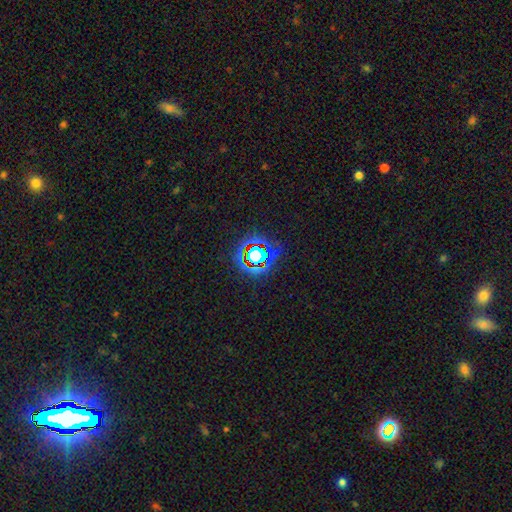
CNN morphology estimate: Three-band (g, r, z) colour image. It shows a star or artifact, not a galaxy (68%).